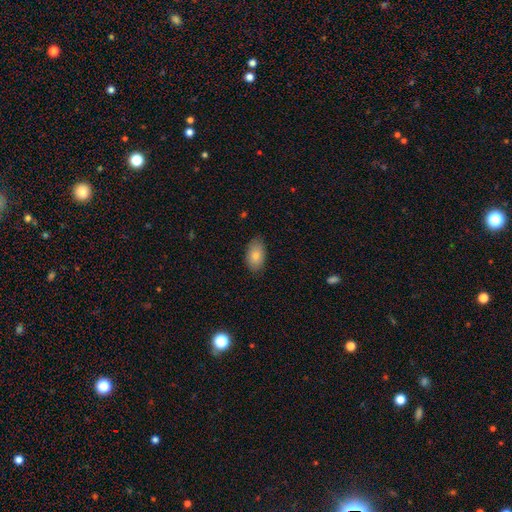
smooth-or-featured: smooth: 79% | featured or disk: 18% | star or artifact: 3%
  how-rounded: in between: 93% | round: 3% | cigar-shaped: 3%
  merging: none: 84% | minor disturbance: 16% | major disturbance: 0% | merger: 0%